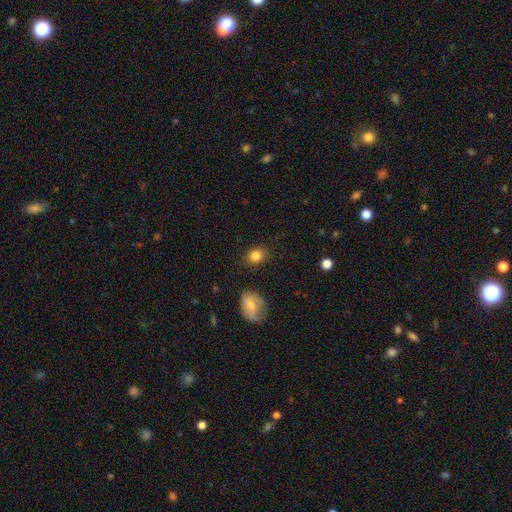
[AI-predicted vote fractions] Morphology: type=smooth (85%); roundness=round (57%); merging=none (86%).